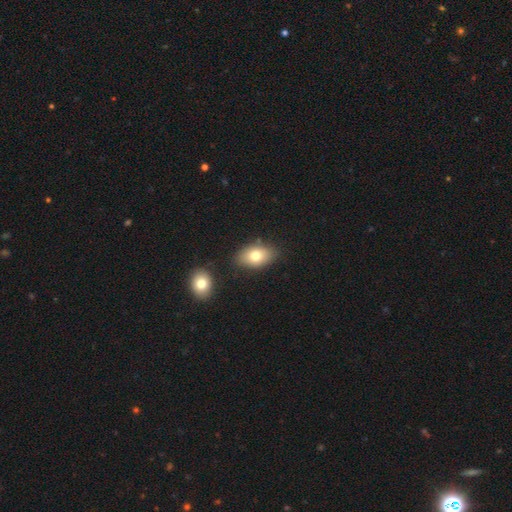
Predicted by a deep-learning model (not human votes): Q: Smooth or featured?
A: smooth (76%); runner-up: featured or disk (15%)
Q: How rounded?
A: in between (85%); runner-up: round (13%)
Q: Merging?
A: none (78%); runner-up: minor disturbance (12%)